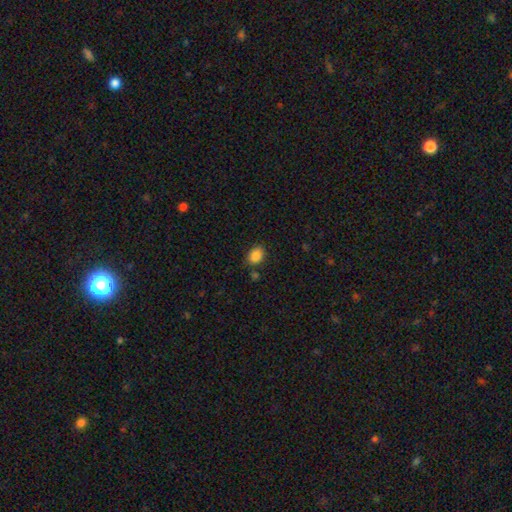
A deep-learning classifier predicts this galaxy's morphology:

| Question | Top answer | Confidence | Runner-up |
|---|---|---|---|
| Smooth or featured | smooth | 87% | star or artifact (9%) |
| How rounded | in between | 74% | round (25%) |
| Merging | none | 80% | minor disturbance (13%) |